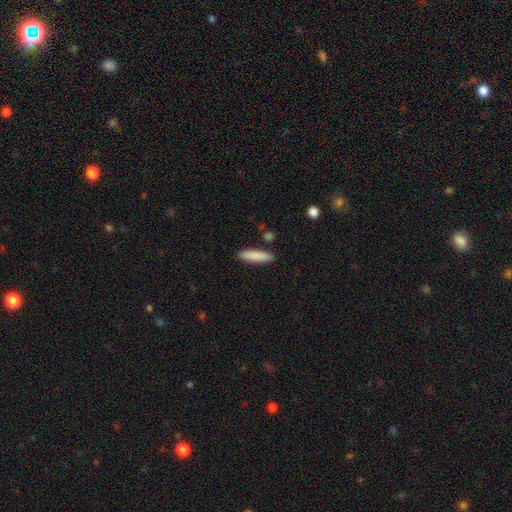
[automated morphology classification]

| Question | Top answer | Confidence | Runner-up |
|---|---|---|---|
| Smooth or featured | smooth | 87% | featured or disk (7%) |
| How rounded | cigar-shaped | 71% | in between (27%) |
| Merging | none | 88% | minor disturbance (8%) |